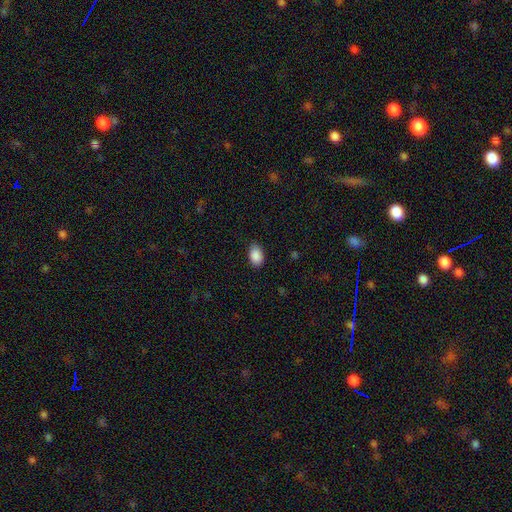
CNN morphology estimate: smooth 89%, star or artifact 7%, featured or disk 3%. Down the decision tree: how rounded — in between (88%); merging — none (82%).